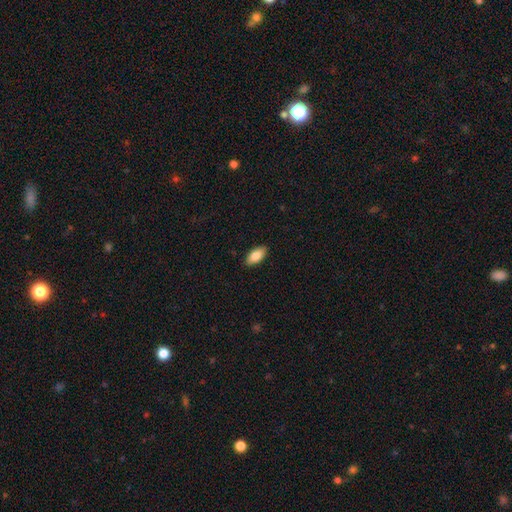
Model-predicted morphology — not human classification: The model was most divided on "smooth or featured": smooth: 84%, featured or disk: 10%, star or artifact: 6%. More confident: how rounded — in between (91%); merging — none (89%).